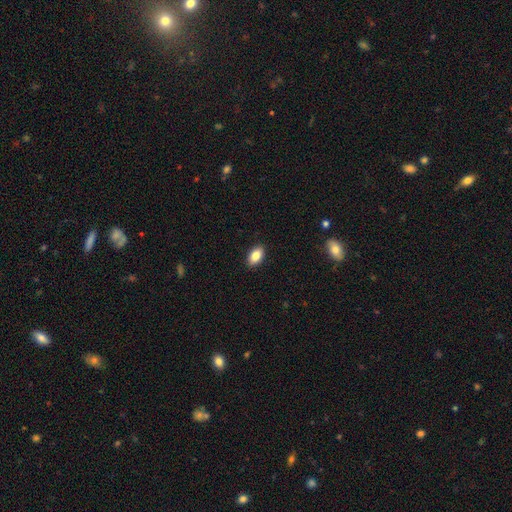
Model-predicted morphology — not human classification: Smooth or featured: smooth — 84% (featured or disk — 8%)
How rounded: in between — 91% (round — 7%)
Merging: none — 90% (minor disturbance — 7%)